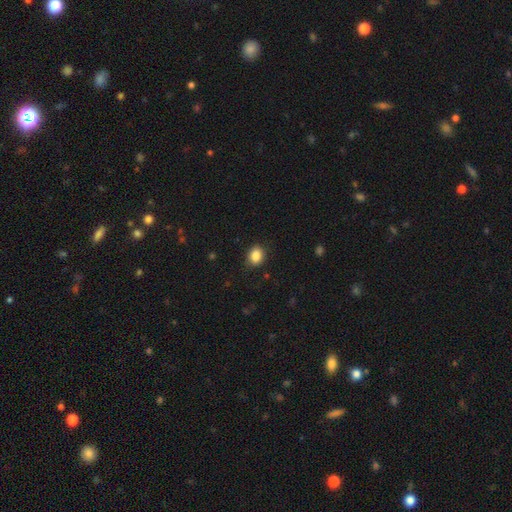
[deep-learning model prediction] Overall: smooth (86%). How rounded: in between (50%; round 49%). Merging: none (85%).